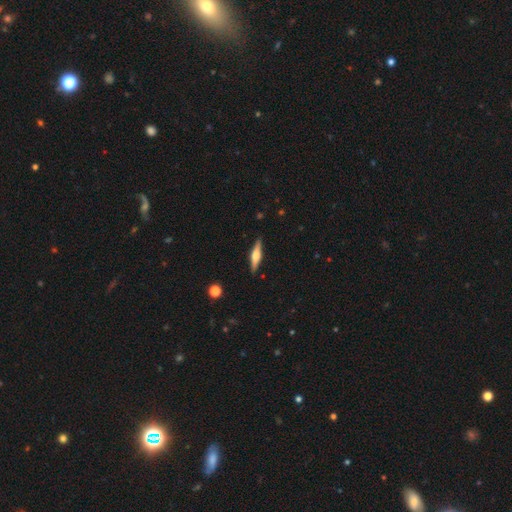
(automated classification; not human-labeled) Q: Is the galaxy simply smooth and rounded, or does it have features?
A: featured or disk — 64%.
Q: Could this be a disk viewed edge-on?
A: yes — 97%.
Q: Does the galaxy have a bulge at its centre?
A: rounded — 88%.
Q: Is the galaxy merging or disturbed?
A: none — 90%.